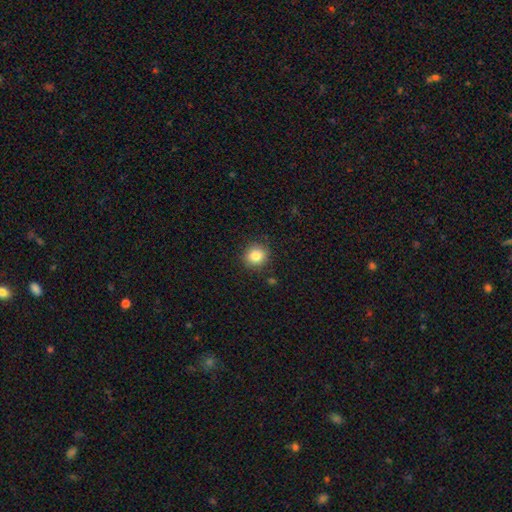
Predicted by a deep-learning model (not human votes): Morphology: type=smooth (83%); roundness=round (88%); merging=none (89%).